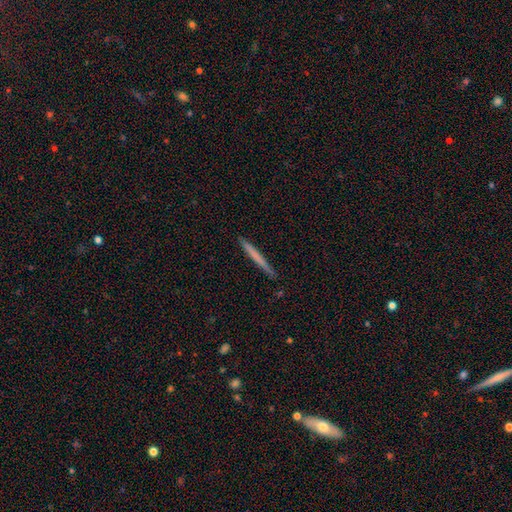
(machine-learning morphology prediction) A smooth galaxy with no disk features (62%) that is cigar-shaped (97%).

Vote fractions:
- Smooth or featured? smooth: 62% / featured or disk: 33% / star or artifact: 6%
- How rounded? cigar-shaped: 97% / in between: 2% / round: 1%
- Merging? none: 90% / minor disturbance: 7% / major disturbance: 1% / merger: 1%